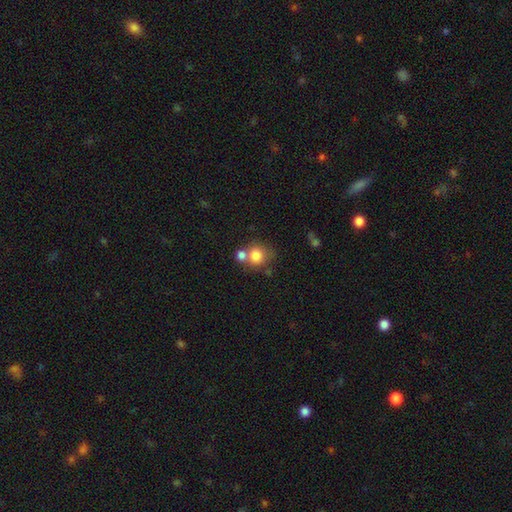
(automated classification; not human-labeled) This is likely a smooth galaxy (79%). How rounded: clearly round (85%). Merging: possibly none (49%).